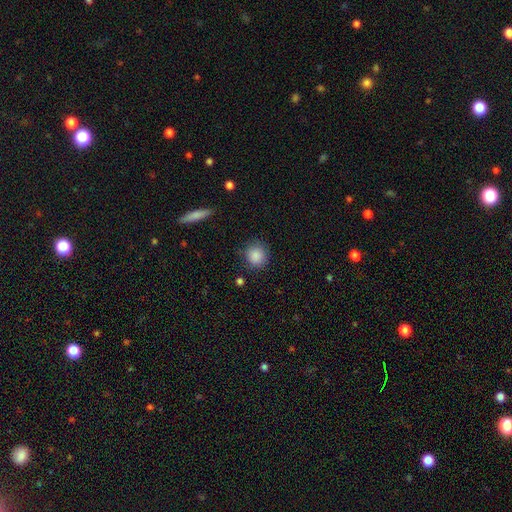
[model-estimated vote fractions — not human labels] Smooth or featured?
  - smooth: 87% *
  - star or artifact: 8%
  - featured or disk: 4%
How rounded?
  - round: 88% *
  - in between: 11%
  - cigar-shaped: 1%
Merging?
  - none: 83% *
  - minor disturbance: 12%
  - major disturbance: 3%
  - merger: 2%